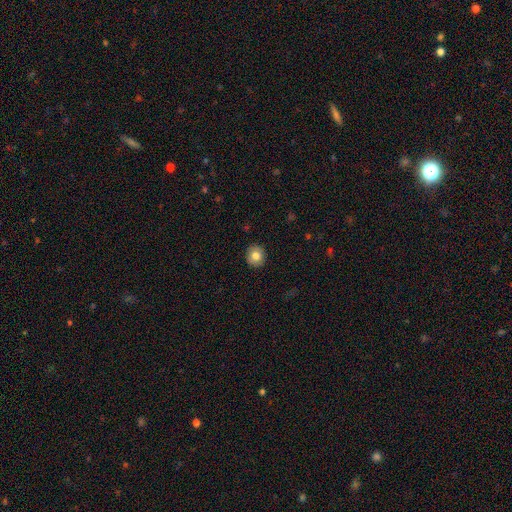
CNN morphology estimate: Smooth or featured? Predicted: smooth (p=0.81). How rounded? Predicted: round (p=0.84). Merging? Predicted: none (p=0.91).